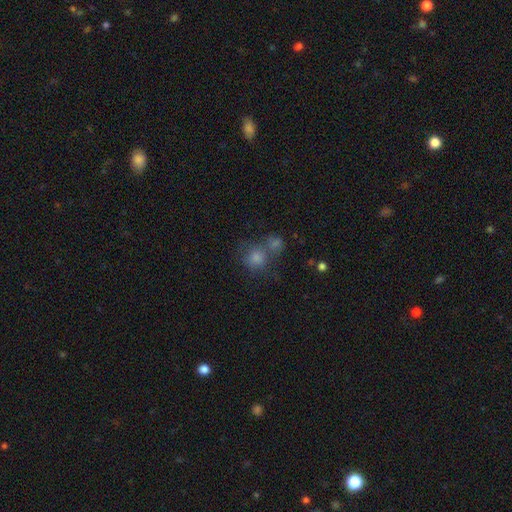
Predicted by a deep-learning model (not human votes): This is likely a smooth galaxy (68%). How rounded: clearly round (86%). Merging: possibly none (50%).